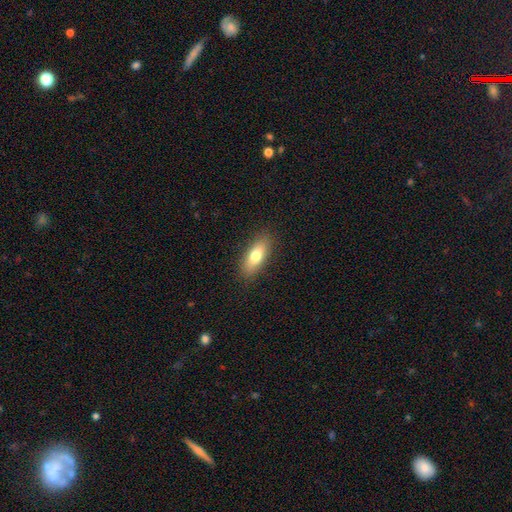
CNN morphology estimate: smooth-or-featured: smooth: 74% | featured or disk: 18% | star or artifact: 7%
  how-rounded: in between: 73% | cigar-shaped: 24% | round: 3%
  merging: none: 87% | minor disturbance: 10% | major disturbance: 2% | merger: 1%